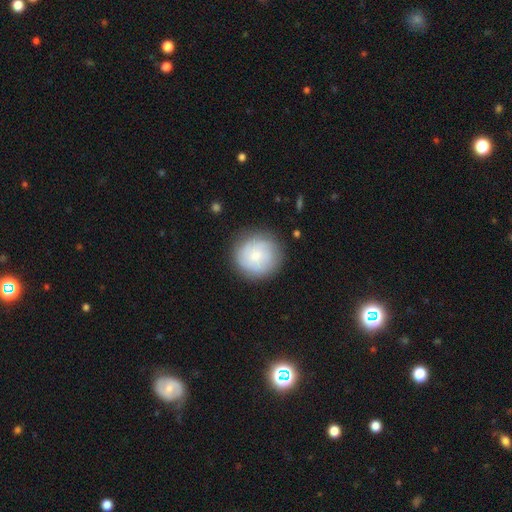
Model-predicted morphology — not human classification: Q: Smooth or featured?
A: smooth (59%); runner-up: featured or disk (34%)
Q: How rounded?
A: round (93%); runner-up: in between (6%)
Q: Merging?
A: none (81%); runner-up: minor disturbance (13%)